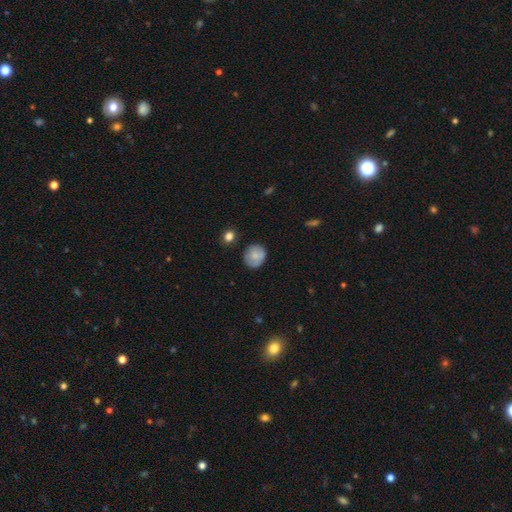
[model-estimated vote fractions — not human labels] The model was most divided on "merging": none: 75%, minor disturbance: 19%, major disturbance: 4%, merger: 2%. More confident: how rounded — round (80%); smooth or featured — smooth (75%).